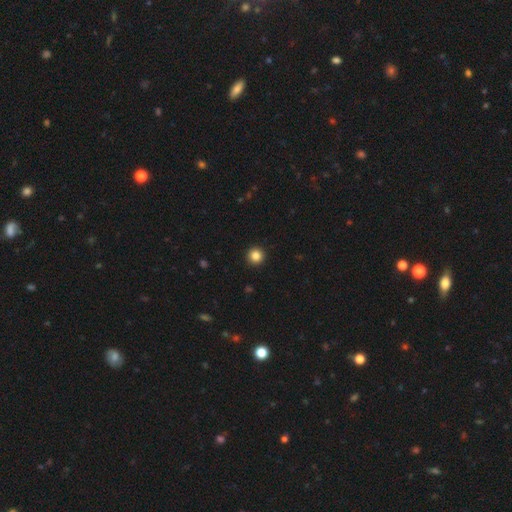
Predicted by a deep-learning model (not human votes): This appears to be a smooth galaxy with no disk features (85%) that is round (96%). Merging: none (93%).